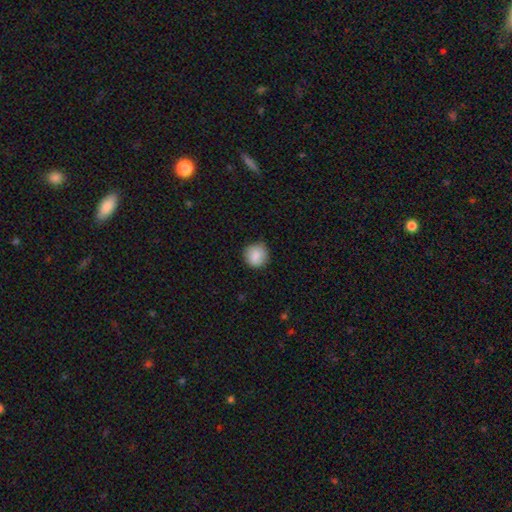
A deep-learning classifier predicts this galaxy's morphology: Smooth or featured? smooth (86%)
How rounded? round (91%)
Merging? none (84%)